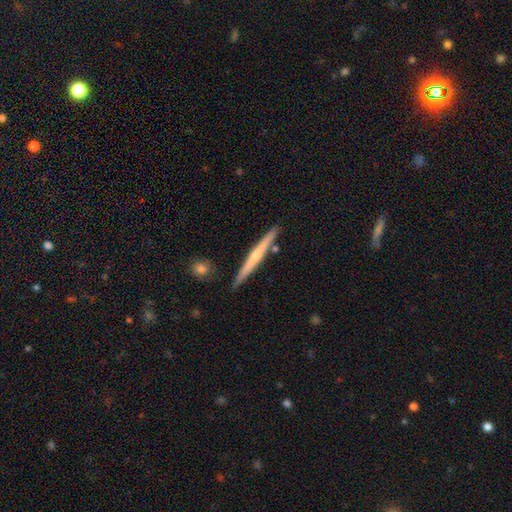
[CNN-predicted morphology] Q: Smooth or featured?
A: featured or disk (59%); runner-up: smooth (36%)
Q: Edge-on disk?
A: yes (97%); runner-up: no (3%)
Q: Edge-on bulge?
A: rounded (52%); runner-up: none (43%)
Q: Merging?
A: none (88%); runner-up: minor disturbance (8%)